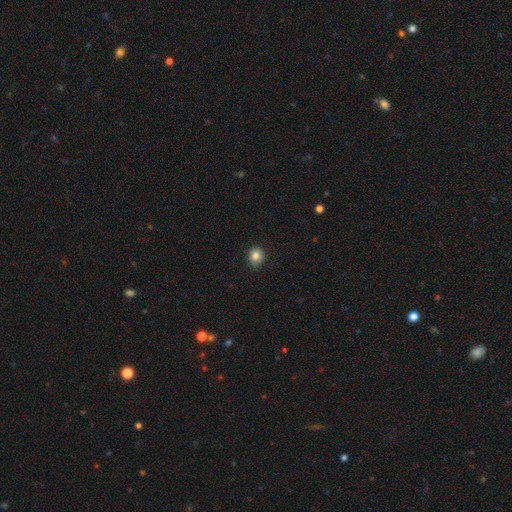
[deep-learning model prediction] smooth 84%, star or artifact 10%, featured or disk 6%. Down the decision tree: how rounded — round (81%); merging — none (78%).